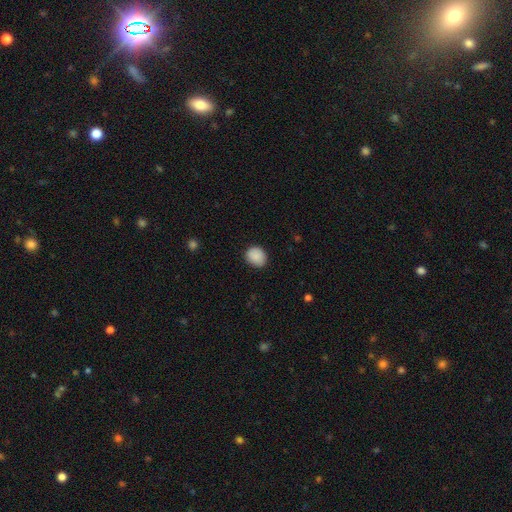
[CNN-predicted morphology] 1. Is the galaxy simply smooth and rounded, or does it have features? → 89% smooth, 8% star or artifact, 3% featured or disk.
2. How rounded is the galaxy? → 64% round, 35% in between, 1% cigar-shaped.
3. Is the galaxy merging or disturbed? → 85% none, 11% minor disturbance, 2% major disturbance, 1% merger.